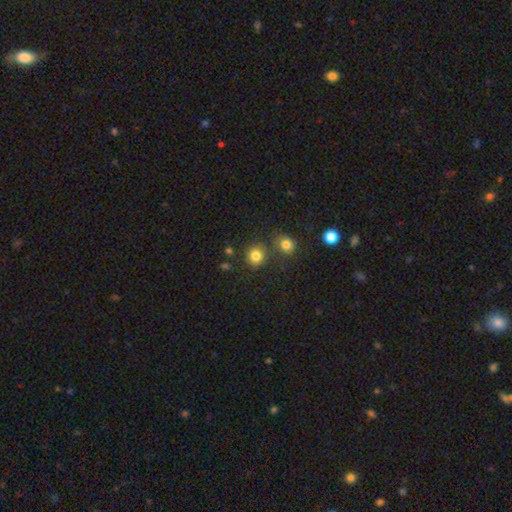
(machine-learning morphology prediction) Smooth or featured: smooth — 81% (star or artifact — 13%)
How rounded: round — 83% (in between — 16%)
Merging: none — 76% (merger — 12%)